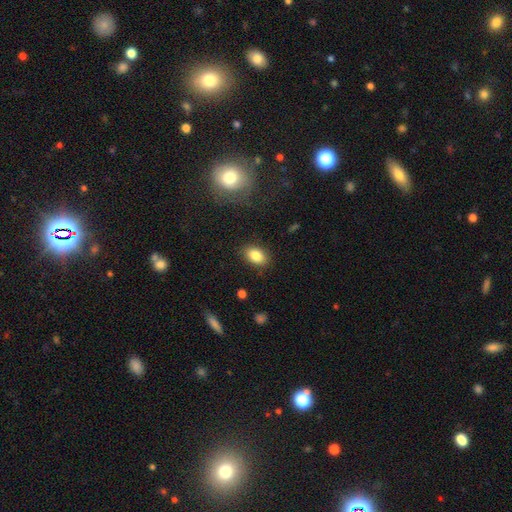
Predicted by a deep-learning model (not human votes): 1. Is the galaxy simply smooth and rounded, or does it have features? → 84% smooth, 9% star or artifact, 7% featured or disk.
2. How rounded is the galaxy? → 86% in between, 13% round, 2% cigar-shaped.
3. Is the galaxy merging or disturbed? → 86% none, 10% minor disturbance, 3% major disturbance, 1% merger.